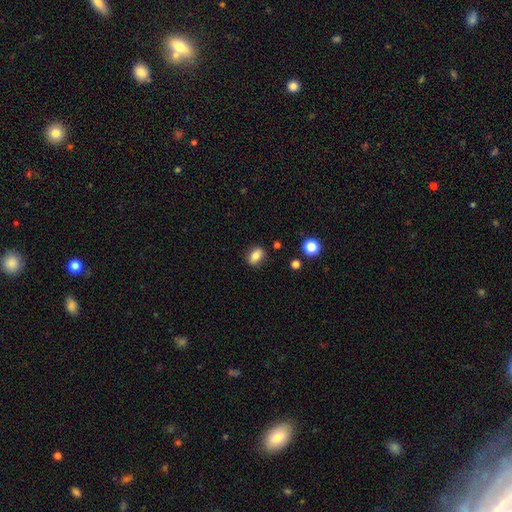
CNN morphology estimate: Smooth or featured? Predicted: smooth (p=0.82). How rounded? Predicted: in between (p=0.78). Merging? Predicted: none (p=0.85).